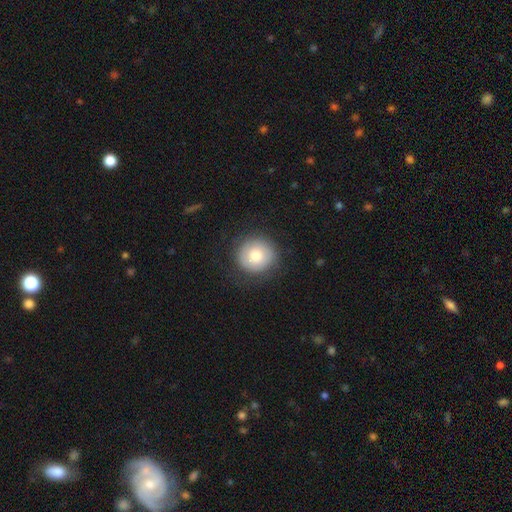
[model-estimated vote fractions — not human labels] This is likely a smooth galaxy (73%). How rounded: clearly round (94%). Merging: clearly none (84%).